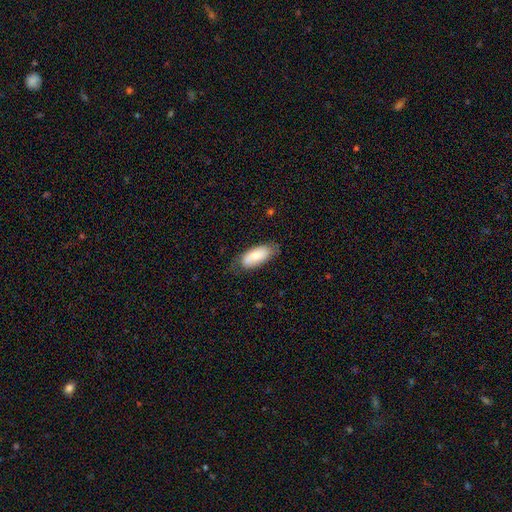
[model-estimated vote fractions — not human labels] smooth_or_featured: smooth (p=0.74) [alt: featured or disk p=0.20]
how_rounded: in between (p=0.88) [alt: cigar-shaped p=0.10]
merging: none (p=0.70) [alt: minor disturbance p=0.24]